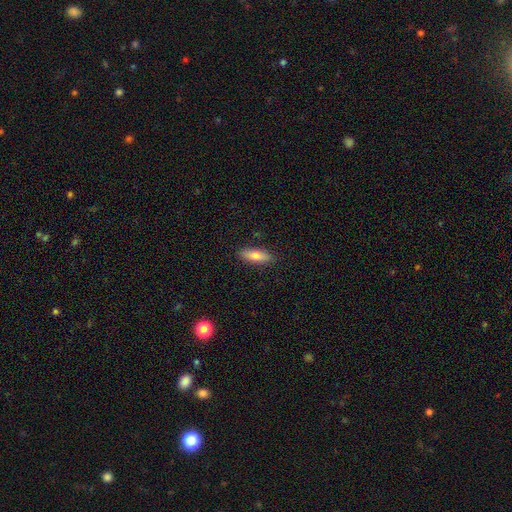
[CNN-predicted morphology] Smooth or featured? smooth (72%)
How rounded? in between (51%)
Merging? none (88%)